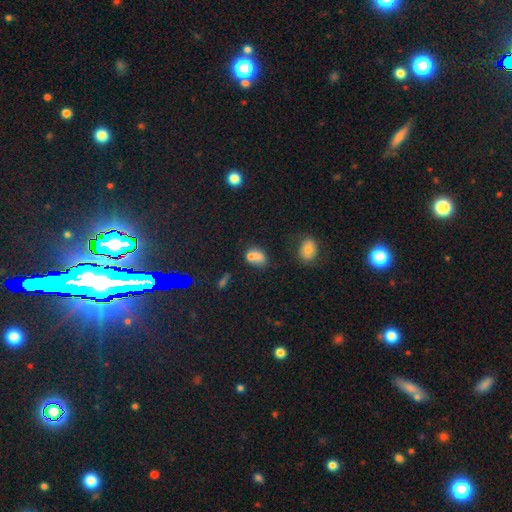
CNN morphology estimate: Smooth or featured? Predicted: smooth (p=0.67). How rounded? Predicted: in between (p=0.57). Merging? Predicted: merger (p=0.50).